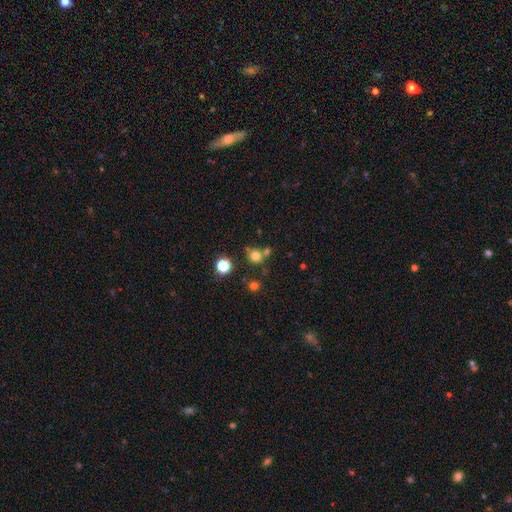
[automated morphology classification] Smooth or featured: smooth — 73% (star or artifact — 19%)
How rounded: round — 88% (in between — 11%)
Merging: none — 64% (merger — 22%)